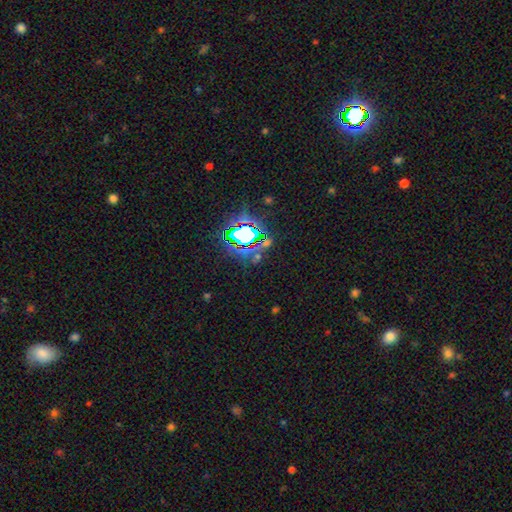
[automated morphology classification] A star or artifact, not a galaxy (77%).

Vote fractions:
- Smooth or featured? star or artifact: 77% / smooth: 14% / featured or disk: 9%